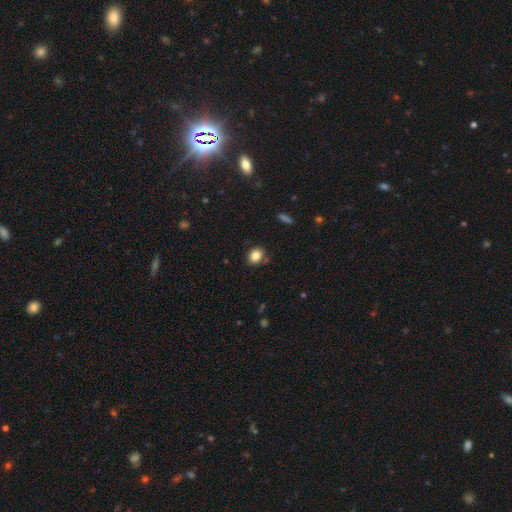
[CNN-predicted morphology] Smooth or featured? Predicted: smooth (p=0.84). How rounded? Predicted: in between (p=0.56). Merging? Predicted: none (p=0.83).